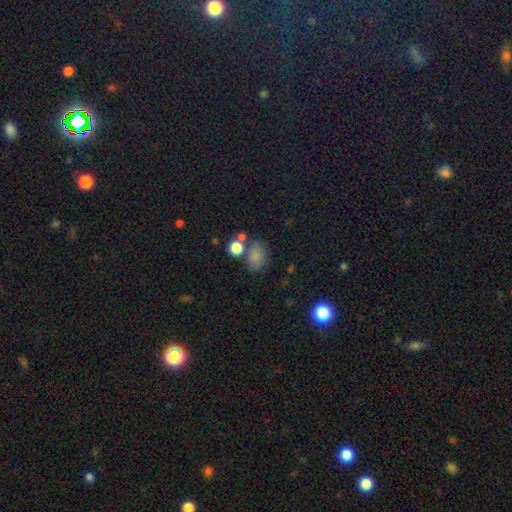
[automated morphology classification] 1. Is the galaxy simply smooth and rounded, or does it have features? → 78% smooth, 12% star or artifact, 9% featured or disk.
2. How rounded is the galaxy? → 66% in between, 32% round, 1% cigar-shaped.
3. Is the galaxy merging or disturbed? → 54% none, 19% minor disturbance, 18% merger, 9% major disturbance.